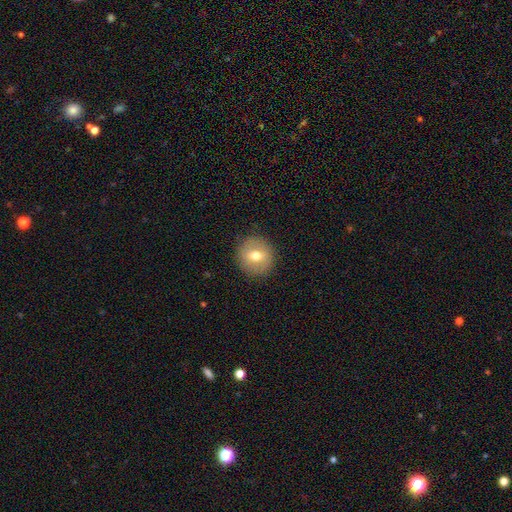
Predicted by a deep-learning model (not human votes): Morphology: type=smooth (65%); roundness=round (89%); merging=none (90%).